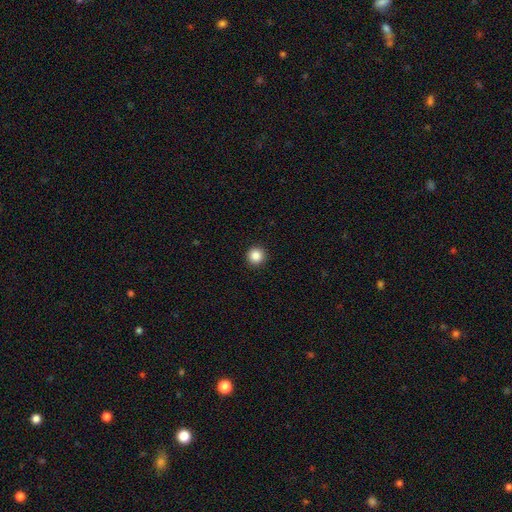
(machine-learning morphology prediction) type=smooth (86%); roundness=round (96%); merging=none (94%).